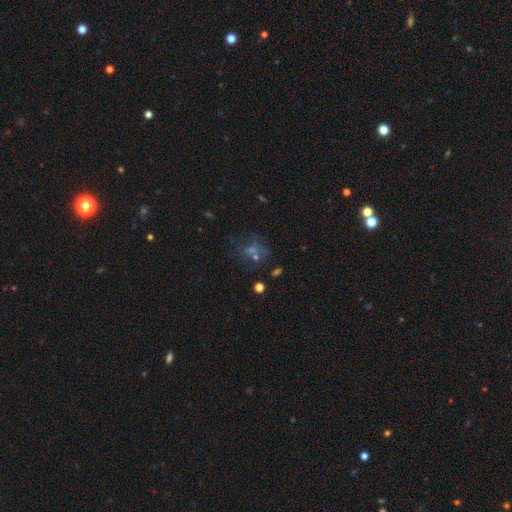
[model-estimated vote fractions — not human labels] The model was most divided on "smooth or featured": star or artifact: 38%, featured or disk: 33%, smooth: 29%.